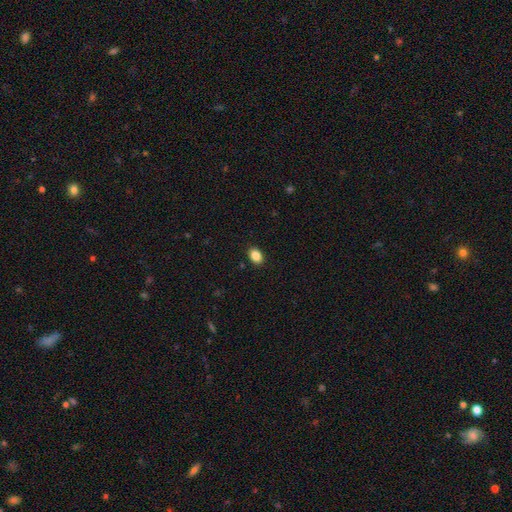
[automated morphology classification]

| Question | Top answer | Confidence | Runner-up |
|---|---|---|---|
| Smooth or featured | smooth | 87% | star or artifact (9%) |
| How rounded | in between | 78% | round (21%) |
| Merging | none | 90% | minor disturbance (7%) |